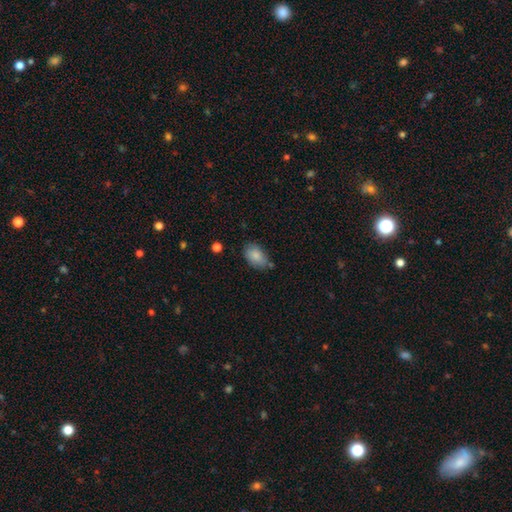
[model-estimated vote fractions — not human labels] Smooth or featured: smooth — 85% (featured or disk — 8%)
How rounded: in between — 92% (round — 7%)
Merging: none — 68% (minor disturbance — 22%)